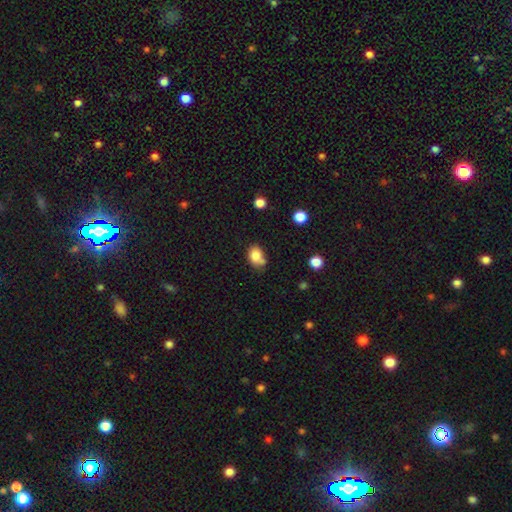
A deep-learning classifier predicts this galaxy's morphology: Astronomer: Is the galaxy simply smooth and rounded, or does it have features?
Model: smooth — 82%.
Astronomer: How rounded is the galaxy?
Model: in between — 65%.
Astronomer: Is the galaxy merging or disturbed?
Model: none — 48% (runner-up: minor disturbance, 23%).